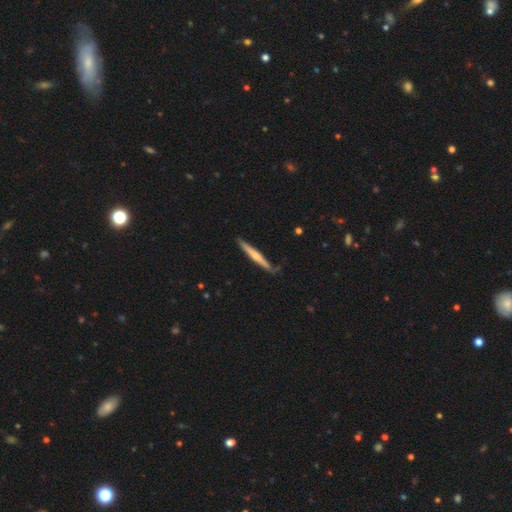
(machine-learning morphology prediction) featured or disk 49%, smooth 46%, star or artifact 5%. Down the decision tree: merging — none (79%).